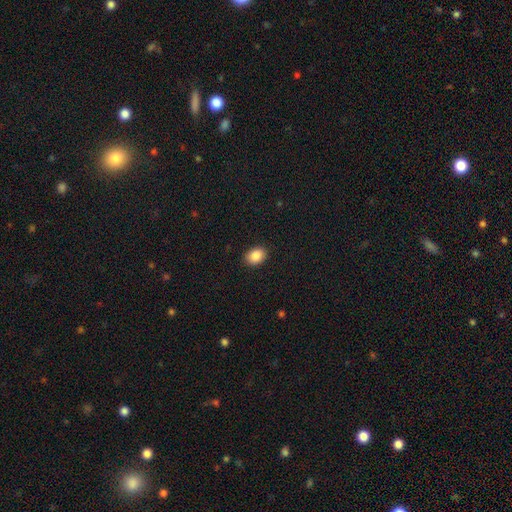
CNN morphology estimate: type=smooth (88%); roundness=in between (73%); merging=none (90%).